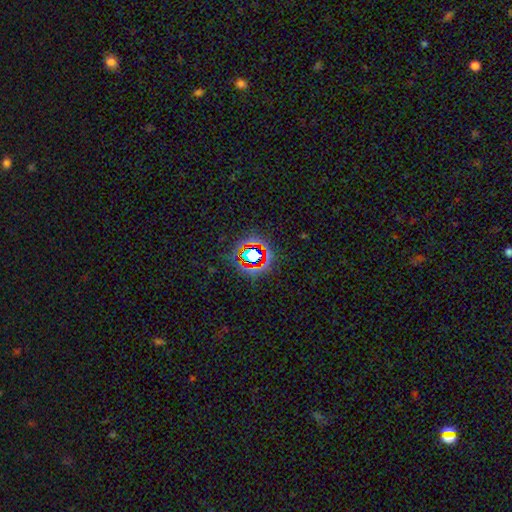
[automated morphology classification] smooth-or-featured: star or artifact: 74% | smooth: 15% | featured or disk: 11%